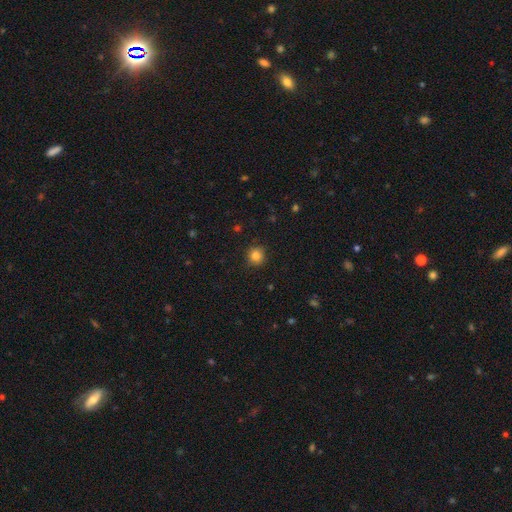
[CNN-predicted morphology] The model was most divided on "smooth or featured": smooth: 84%, star or artifact: 11%, featured or disk: 5%. More confident: how rounded — round (93%); merging — none (90%).